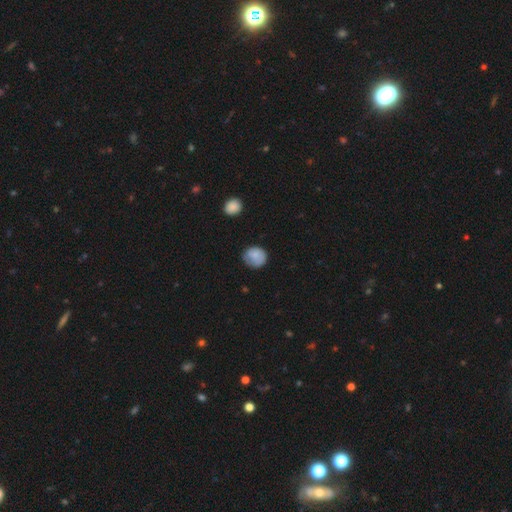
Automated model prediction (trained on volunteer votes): A smooth galaxy with no disk features (82%) that is round (83%).

Vote fractions:
- Smooth or featured? smooth: 82% / featured or disk: 10% / star or artifact: 8%
- How rounded? round: 83% / in between: 16% / cigar-shaped: 1%
- Merging? none: 68% / minor disturbance: 25% / major disturbance: 6% / merger: 2%